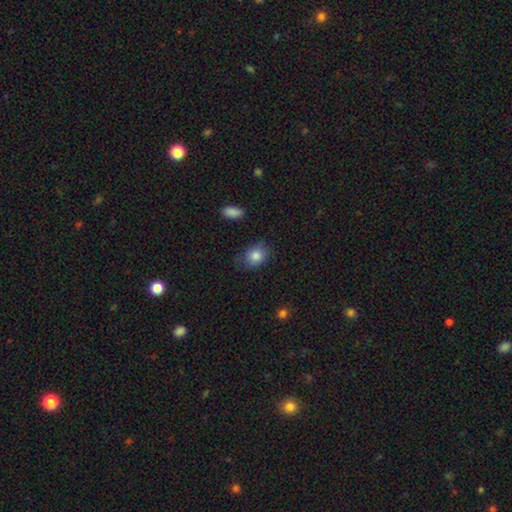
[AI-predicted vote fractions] Smooth or featured? smooth (84%)
How rounded? in between (60%)
Merging? none (68%)